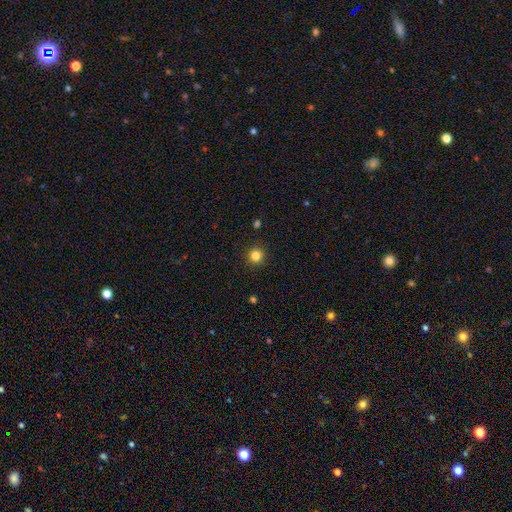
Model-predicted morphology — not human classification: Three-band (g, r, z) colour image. It shows a smooth galaxy with no disk features (83%) that is round (94%). Merging: none (92%).